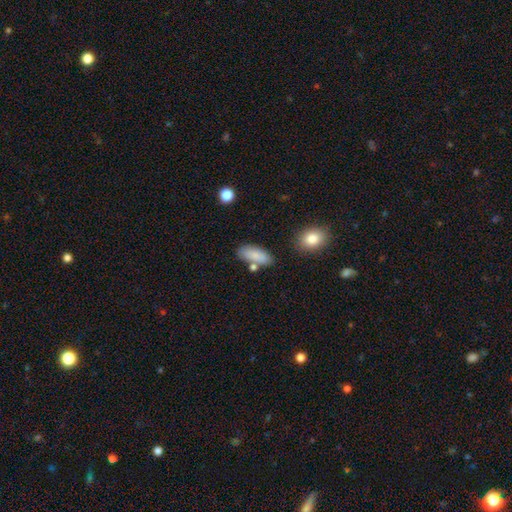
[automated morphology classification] Smooth or featured? Predicted: smooth (p=0.85). How rounded? Predicted: in between (p=0.83). Merging? Predicted: none (p=0.71).